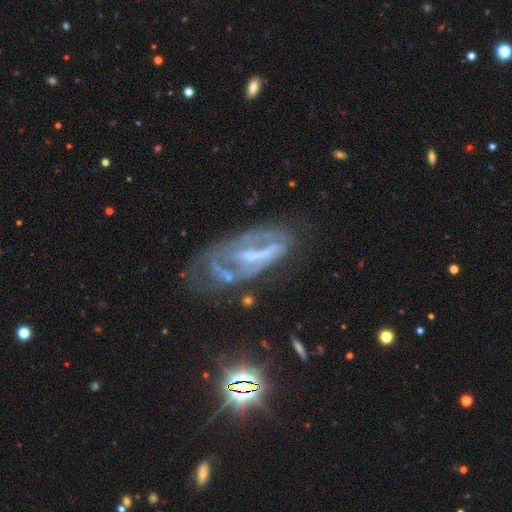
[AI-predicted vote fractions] Smooth or featured? Predicted: featured or disk (p=0.72). Edge-on disk? Predicted: no (p=0.87). Bar? Predicted: strong (p=0.36). Spiral arms? Predicted: yes (p=0.55). Bulge size? Predicted: small (p=0.40). Merging? Predicted: none (p=0.43).